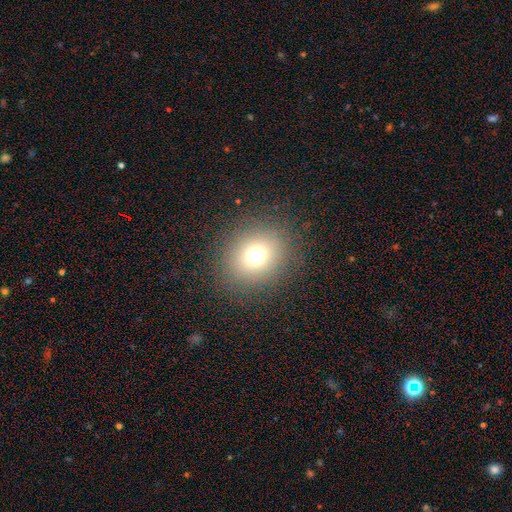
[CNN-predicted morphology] smooth-or-featured: smooth: 69% | star or artifact: 20% | featured or disk: 11%
  how-rounded: round: 80% | in between: 19% | cigar-shaped: 1%
  merging: none: 86% | minor disturbance: 8% | major disturbance: 5% | merger: 1%